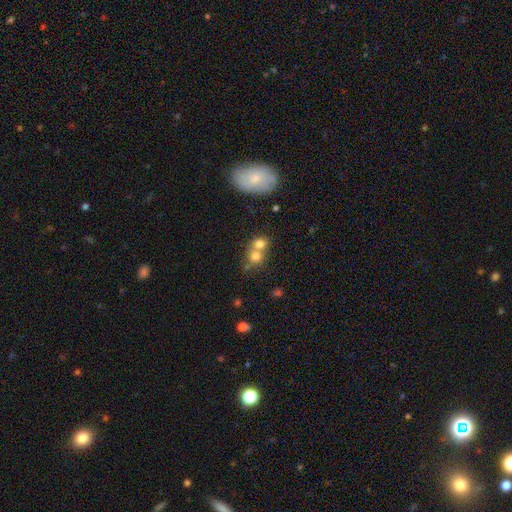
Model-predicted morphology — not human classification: The model was most divided on "merging": merger: 60%, none: 32%, minor disturbance: 5%, major disturbance: 3%. More confident: how rounded — round (79%); smooth or featured — smooth (74%).